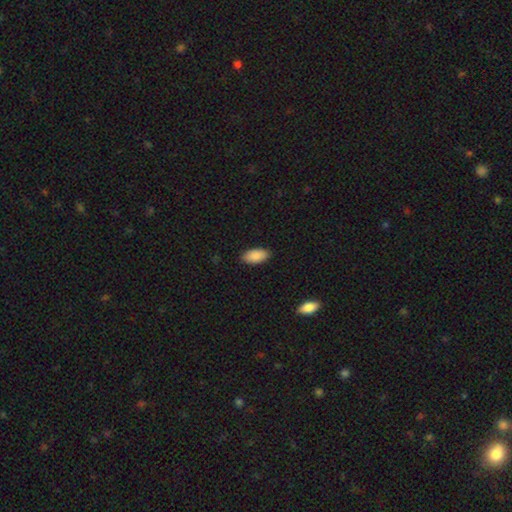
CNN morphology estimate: This appears to be a smooth galaxy with no disk features (90%) that is in between round and cigar-shaped (94%). Merging: none (88%).